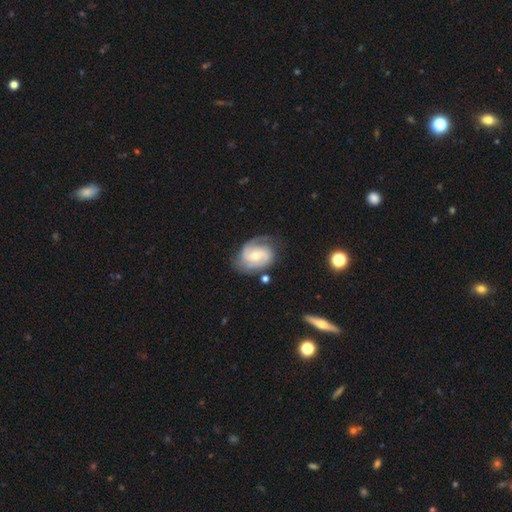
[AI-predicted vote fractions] A featured or disk galaxy (80%) with no bar (50%), 2 (62%) medium (45%) spiral arms (95%) and a small central bulge (50%).

Vote fractions:
- Smooth or featured? featured or disk: 80% / smooth: 14% / star or artifact: 5%
- Edge-on disk? no: 97% / yes: 3%
- Bar? no: 50% / weak: 40% / strong: 10%
- Spiral arms? yes: 95% / no: 5%
- Spiral winding? medium: 45% / tight: 39% / loose: 16%
- Spiral arm count? 2: 62% / 3: 16% / can't tell: 13% / 1: 4% / 4: 3% / more than 4: 2%
- Bulge size? small: 50% / moderate: 45% / large: 2% / none: 2% / dominant: 1%
- Merging? none: 67% / minor disturbance: 21% / major disturbance: 9% / merger: 3%